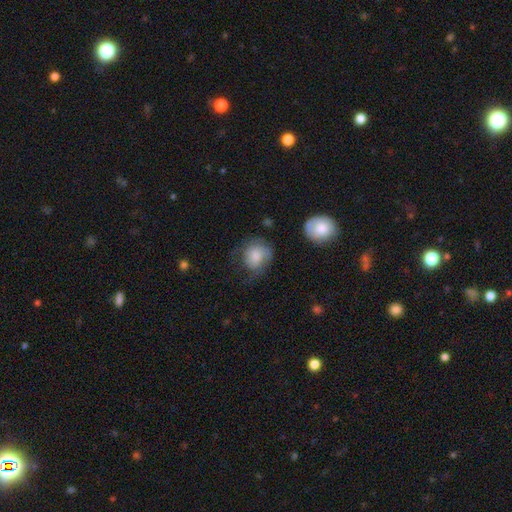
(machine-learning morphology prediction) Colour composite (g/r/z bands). It shows a smooth galaxy with no disk features (64%) that is round (70%). Merging: none (45%).